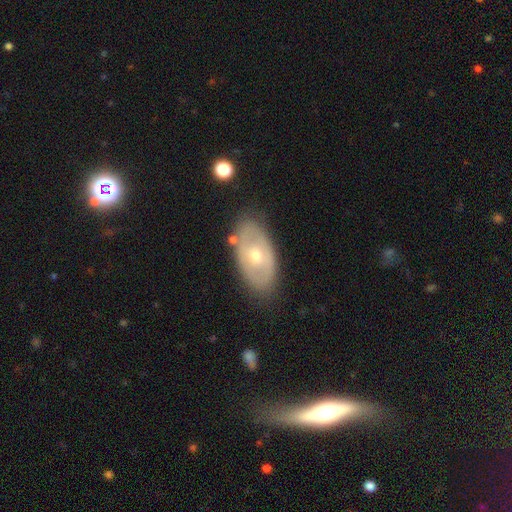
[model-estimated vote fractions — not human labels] smooth-or-featured: featured or disk: 53% | smooth: 41% | star or artifact: 6%
  disk-edge-on: no: 88% | yes: 12%
  merging: none: 78% | minor disturbance: 15% | major disturbance: 4% | merger: 3%